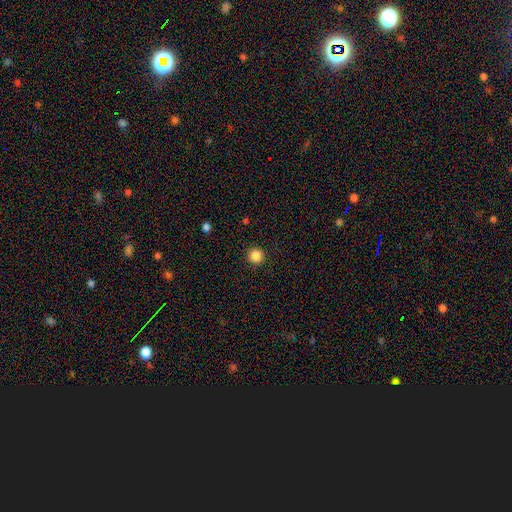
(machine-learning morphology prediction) Smooth or featured: smooth — 86% (star or artifact — 10%)
How rounded: round — 95% (in between — 4%)
Merging: none — 92% (minor disturbance — 5%)